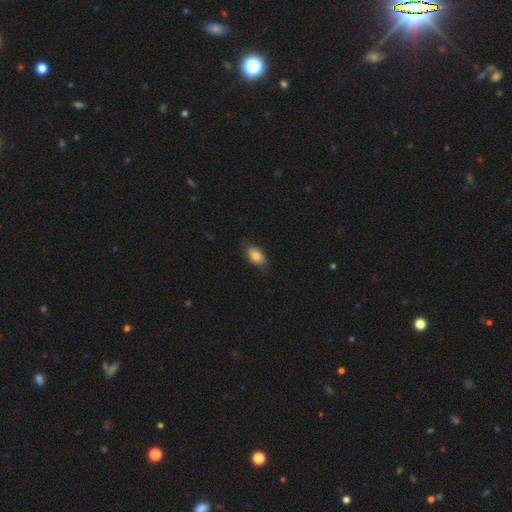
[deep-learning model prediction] A smooth galaxy with no disk features (85%) that is in between round and cigar-shaped (90%).

Vote fractions:
- Smooth or featured? smooth: 85% / featured or disk: 8% / star or artifact: 7%
- How rounded? in between: 90% / round: 7% / cigar-shaped: 2%
- Merging? none: 82% / minor disturbance: 15% / major disturbance: 3% / merger: 1%